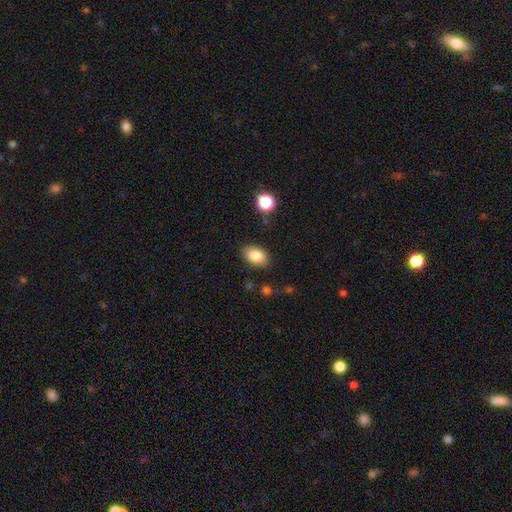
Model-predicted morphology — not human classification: type=smooth (85%); roundness=in between (83%); merging=none (85%).